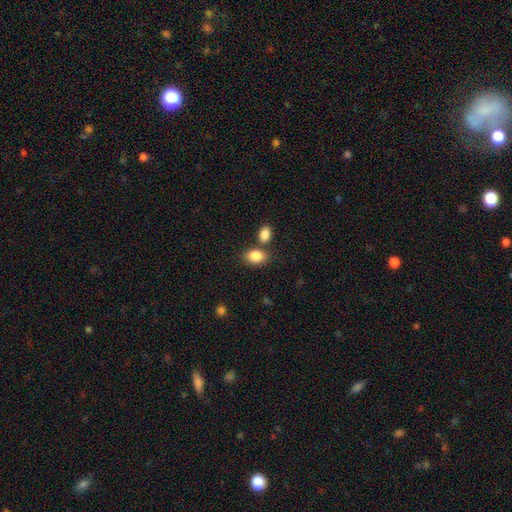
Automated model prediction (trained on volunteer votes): Smooth or featured: smooth — 86% (star or artifact — 8%)
How rounded: in between — 81% (round — 18%)
Merging: none — 62% (merger — 24%)